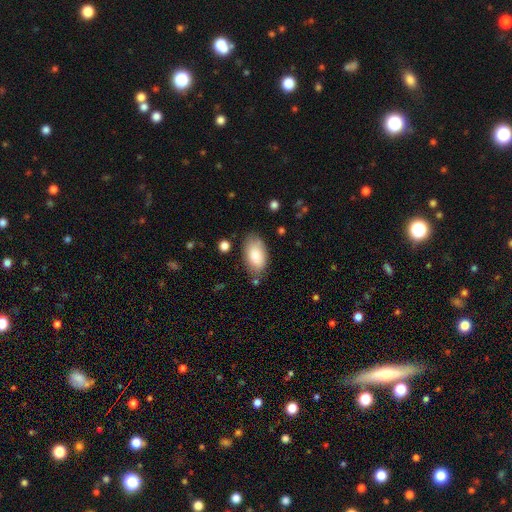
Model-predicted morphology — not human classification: A smooth galaxy with no disk features (85%) that is in between round and cigar-shaped (95%). Merging: none (75%).